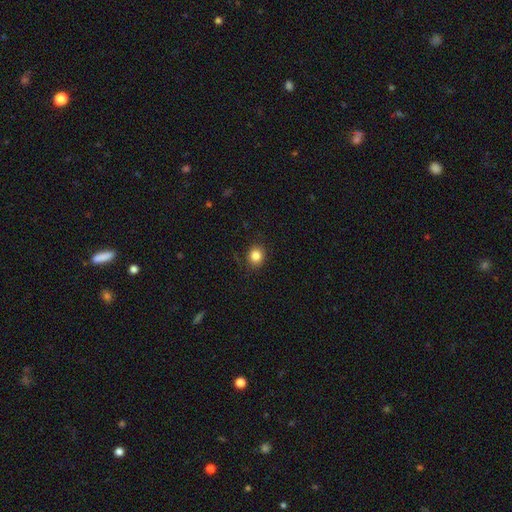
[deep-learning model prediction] smooth 85%, star or artifact 11%, featured or disk 5%. Down the decision tree: how rounded — round (75%); merging — none (86%).